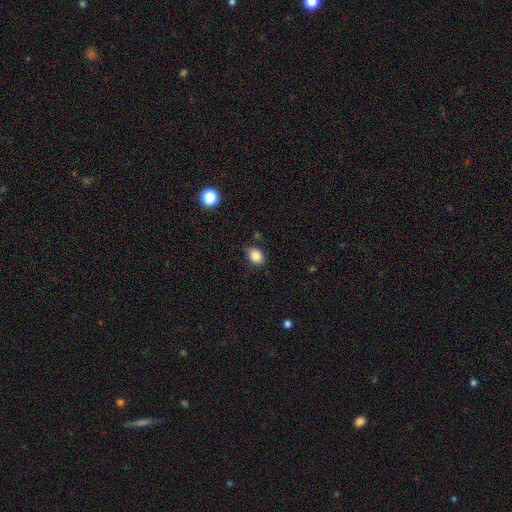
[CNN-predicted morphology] A smooth galaxy with no disk features (85%) that is in between round and cigar-shaped (64%).

Vote fractions:
- Smooth or featured? smooth: 85% / star or artifact: 10% / featured or disk: 5%
- How rounded? in between: 64% / round: 35% / cigar-shaped: 1%
- Merging? none: 79% / minor disturbance: 16% / major disturbance: 3% / merger: 2%